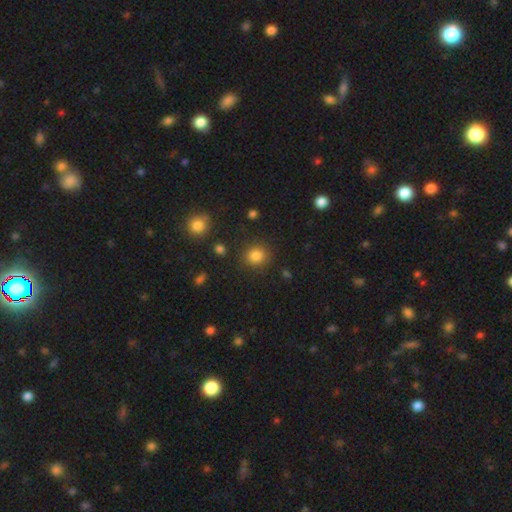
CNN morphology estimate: Overall: smooth (83%). How rounded: round (83%). Merging: none (86%).